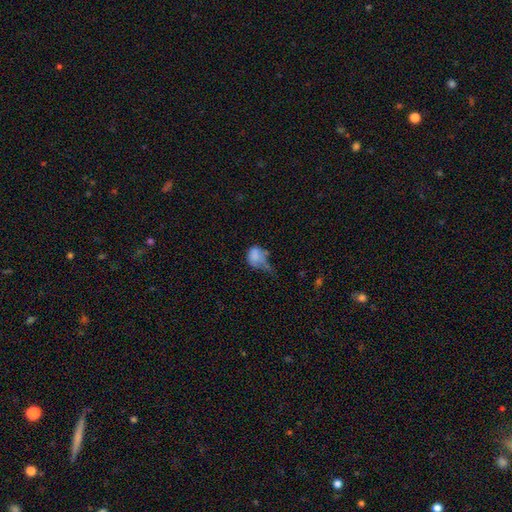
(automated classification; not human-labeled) Overall: smooth (73%). How rounded: in between (60%; round 39%). Merging: major disturbance (44%; minor disturbance 29%).